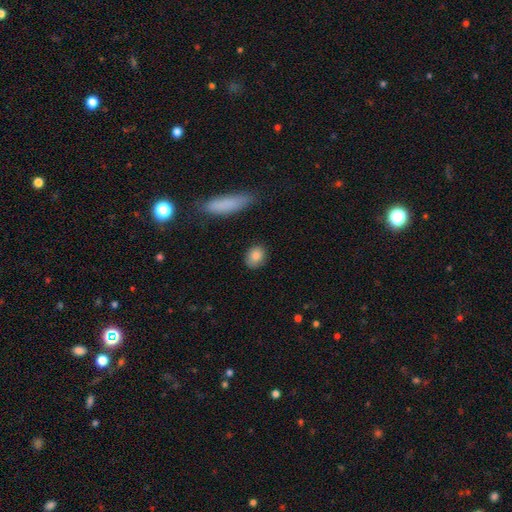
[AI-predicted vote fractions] Smooth or featured? smooth (86%)
How rounded? in between (60%)
Merging? none (83%)